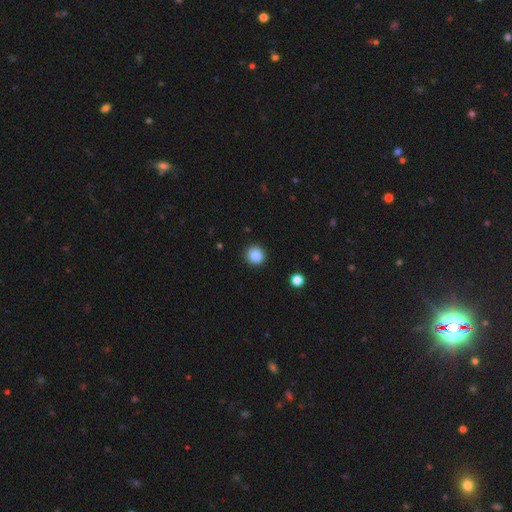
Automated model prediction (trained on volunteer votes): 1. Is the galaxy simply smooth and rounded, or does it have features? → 86% smooth, 10% star or artifact, 4% featured or disk.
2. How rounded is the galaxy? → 92% round, 7% in between, 1% cigar-shaped.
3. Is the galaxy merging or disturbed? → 91% none, 6% minor disturbance, 2% major disturbance, 1% merger.